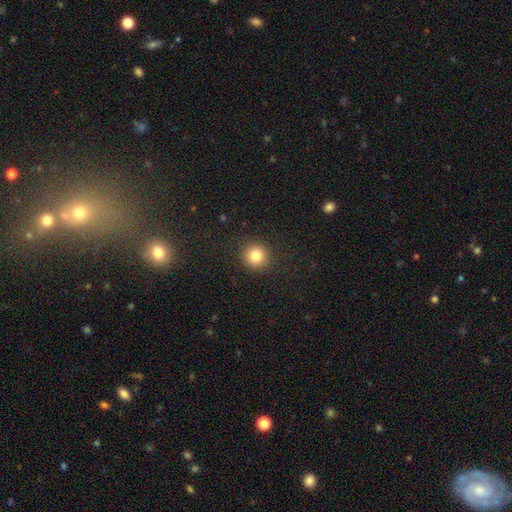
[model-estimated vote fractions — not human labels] Smooth or featured? Predicted: smooth (p=0.83). How rounded? Predicted: round (p=0.93). Merging? Predicted: none (p=0.91).